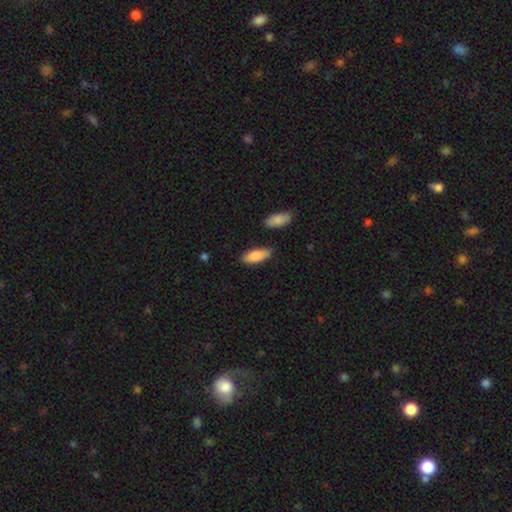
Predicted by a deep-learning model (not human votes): smooth-or-featured: smooth: 87% | featured or disk: 7% | star or artifact: 6%
  how-rounded: in between: 78% | cigar-shaped: 21% | round: 2%
  merging: none: 80% | minor disturbance: 14% | merger: 3% | major disturbance: 3%